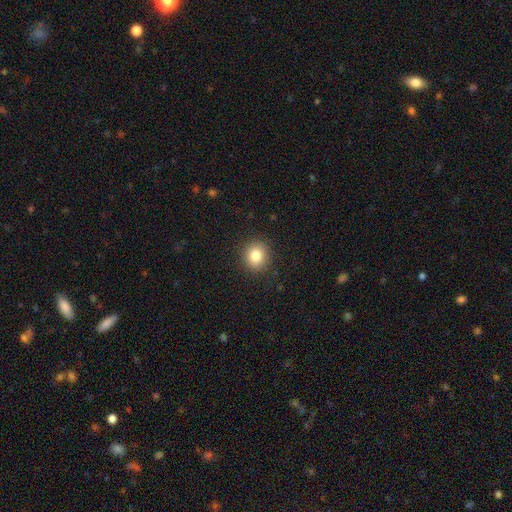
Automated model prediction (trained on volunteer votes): The model was most divided on "how rounded": round: 82%, in between: 17%, cigar-shaped: 1%. More confident: merging — none (90%); smooth or featured — smooth (82%).